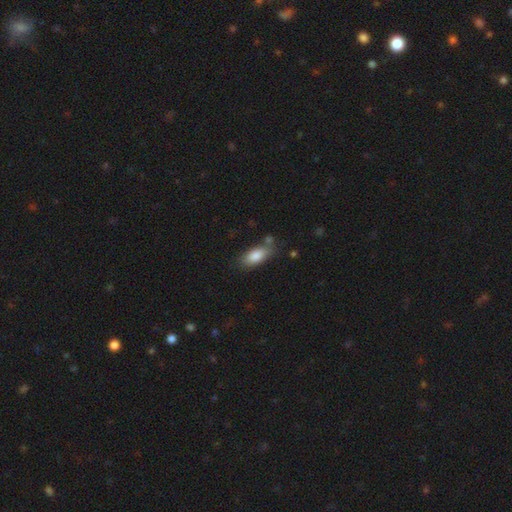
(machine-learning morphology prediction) This appears to be a smooth galaxy with no disk features (84%) that is in between round and cigar-shaped (85%). Merging: none (71%).